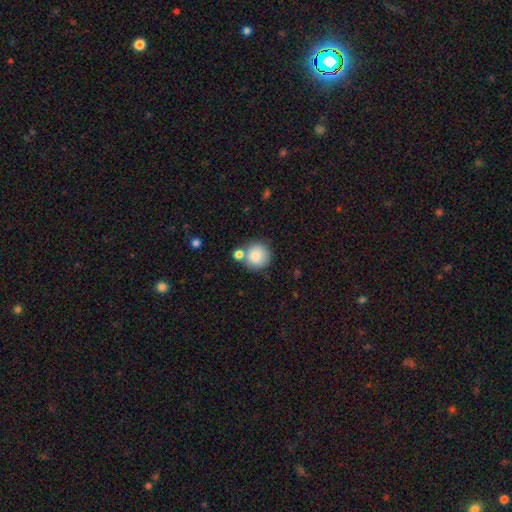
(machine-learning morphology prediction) Smooth or featured?
  - smooth: 85% *
  - star or artifact: 8%
  - featured or disk: 7%
How rounded?
  - round: 92% *
  - in between: 7%
  - cigar-shaped: 1%
Merging?
  - none: 64% *
  - merger: 21%
  - minor disturbance: 11%
  - major disturbance: 4%